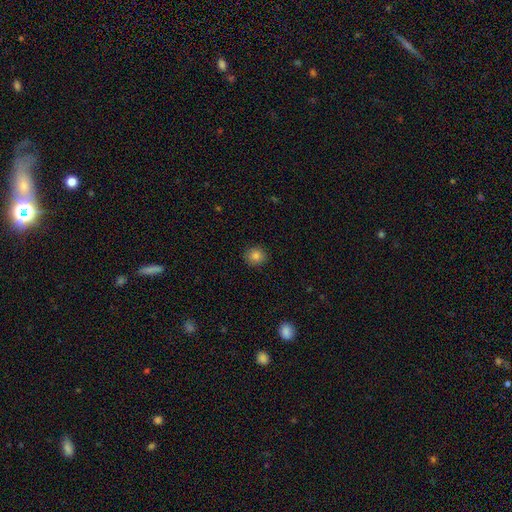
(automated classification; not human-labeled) Smooth or featured? Predicted: smooth (p=0.84). How rounded? Predicted: round (p=0.89). Merging? Predicted: none (p=0.91).